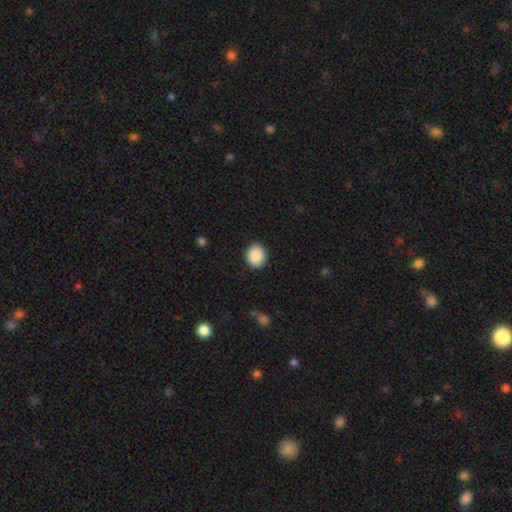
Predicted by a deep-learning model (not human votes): Smooth or featured?
  - smooth: 89% *
  - star or artifact: 8%
  - featured or disk: 3%
How rounded?
  - round: 73% *
  - in between: 26%
  - cigar-shaped: 1%
Merging?
  - none: 90% *
  - minor disturbance: 7%
  - major disturbance: 2%
  - merger: 1%